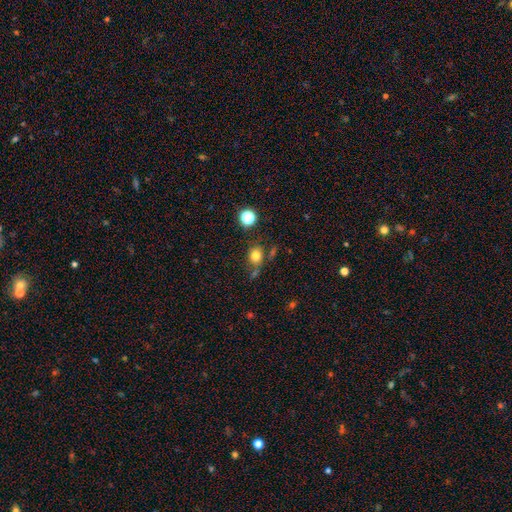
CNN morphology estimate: This is likely a smooth galaxy (78%). How rounded: likely round (67%). Merging: likely none (66%).